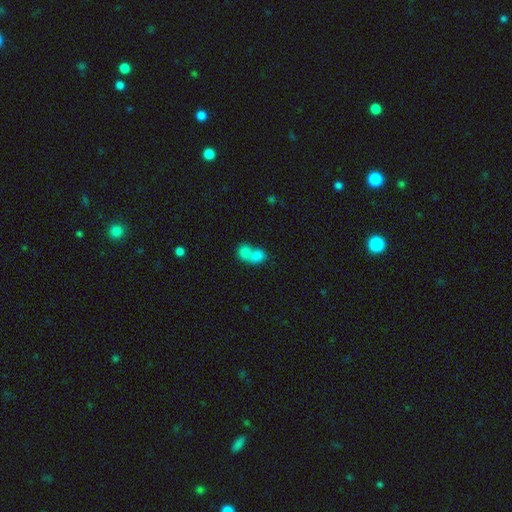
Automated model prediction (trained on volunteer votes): Smooth or featured: smooth — 80% (featured or disk — 12%)
How rounded: in between — 62% (round — 36%)
Merging: merger — 75% (none — 16%)